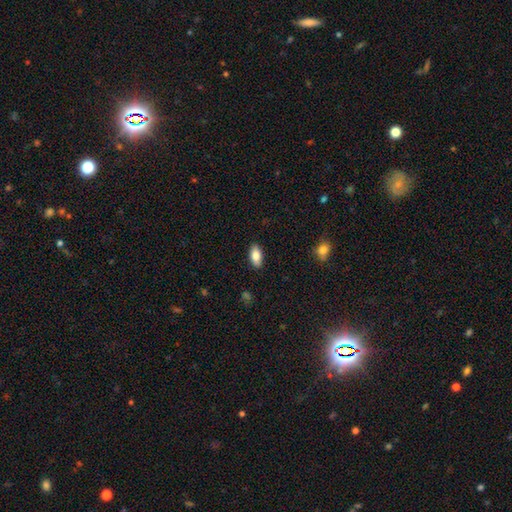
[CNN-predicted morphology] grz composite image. It shows a smooth galaxy with no disk features (84%) that is in between round and cigar-shaped (90%). Merging: none (88%).